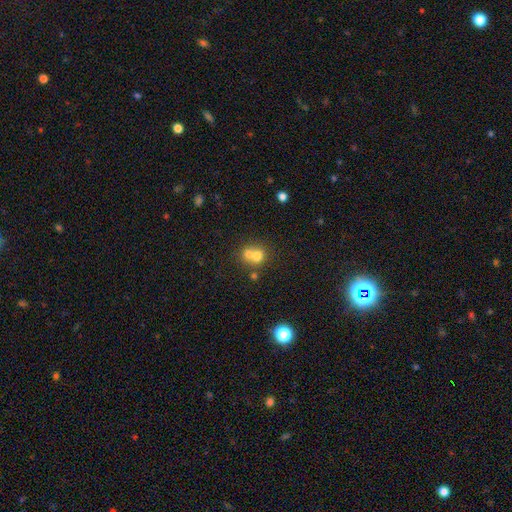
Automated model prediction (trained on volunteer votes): Overall: smooth (68%). How rounded: round (79%). Merging: merger (63%; none 29%).